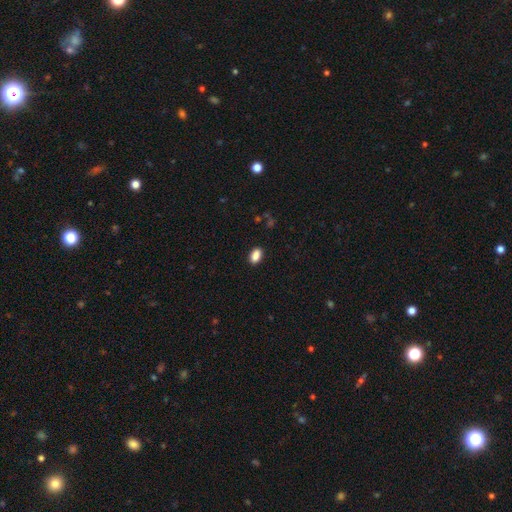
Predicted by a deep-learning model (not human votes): The model was most divided on "merging": none: 89%, minor disturbance: 8%, major disturbance: 2%, merger: 1%. More confident: how rounded — in between (90%); smooth or featured — smooth (89%).